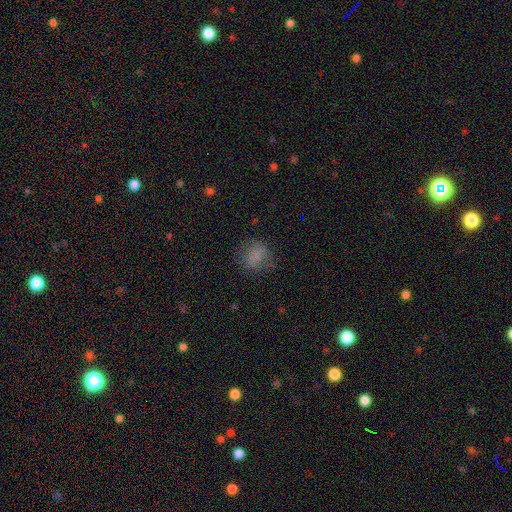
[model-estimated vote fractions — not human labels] A smooth galaxy with no disk features (75%) that is round (64%).

Vote fractions:
- Smooth or featured? smooth: 75% / featured or disk: 13% / star or artifact: 12%
- How rounded? round: 64% / in between: 35% / cigar-shaped: 1%
- Merging? none: 68% / minor disturbance: 20% / major disturbance: 11% / merger: 1%